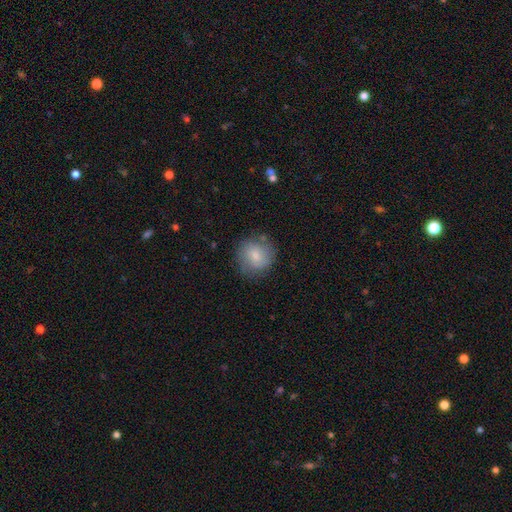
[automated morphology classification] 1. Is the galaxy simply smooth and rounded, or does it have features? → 74% smooth, 19% featured or disk, 7% star or artifact.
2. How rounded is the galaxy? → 89% round, 10% in between, 1% cigar-shaped.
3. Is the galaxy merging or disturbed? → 76% none, 17% minor disturbance, 5% major disturbance, 2% merger.